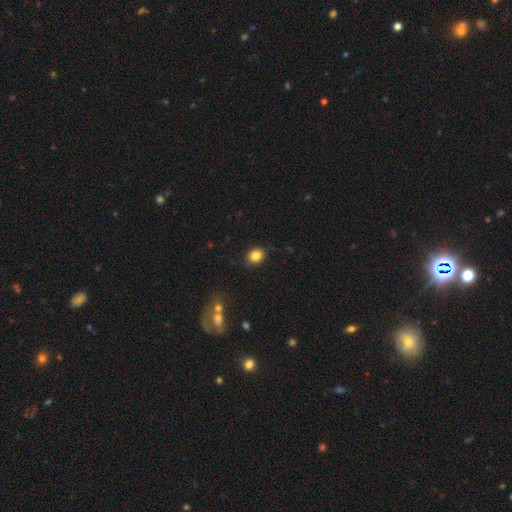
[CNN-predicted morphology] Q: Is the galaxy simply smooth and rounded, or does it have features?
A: smooth — 84%.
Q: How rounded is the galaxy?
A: round — 59%.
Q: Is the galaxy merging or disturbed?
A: none — 83%.